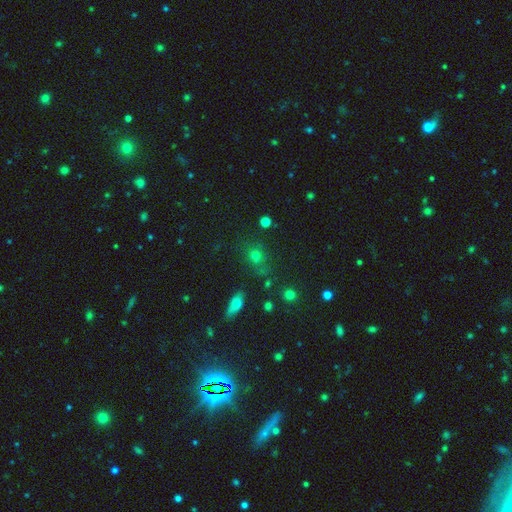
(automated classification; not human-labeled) A smooth galaxy with no disk features (68%) that is round (75%).

Vote fractions:
- Smooth or featured? smooth: 68% / star or artifact: 22% / featured or disk: 10%
- How rounded? round: 75% / in between: 23% / cigar-shaped: 2%
- Merging? none: 69% / minor disturbance: 14% / merger: 11% / major disturbance: 6%